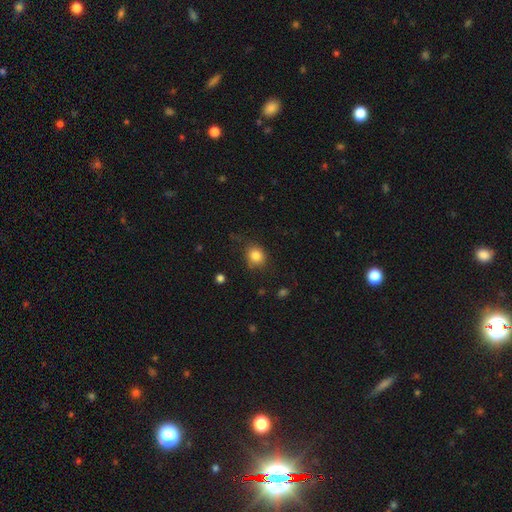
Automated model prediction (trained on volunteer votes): smooth-or-featured: smooth: 84% | star or artifact: 11% | featured or disk: 6%
  how-rounded: round: 72% | in between: 27% | cigar-shaped: 1%
  merging: none: 77% | minor disturbance: 17% | major disturbance: 4% | merger: 2%